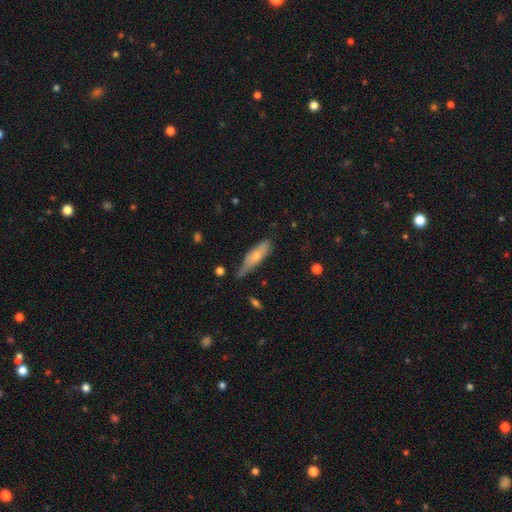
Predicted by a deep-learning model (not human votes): smooth_or_featured: smooth (p=0.61) [alt: featured or disk p=0.33]
how_rounded: cigar-shaped (p=0.62) [alt: in between p=0.36]
merging: none (p=0.52) [alt: minor disturbance p=0.36]